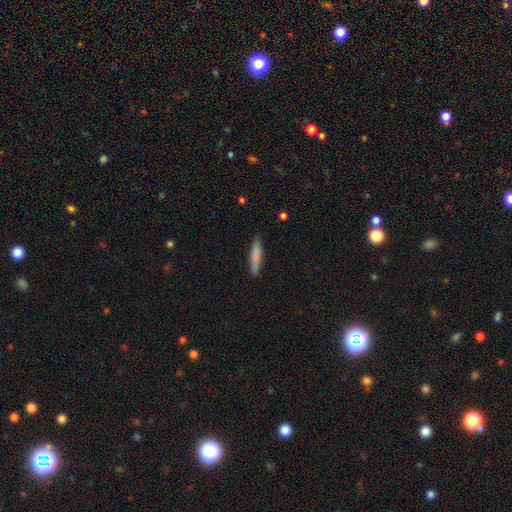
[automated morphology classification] smooth_or_featured: smooth (p=0.79) [alt: featured or disk p=0.15]
how_rounded: cigar-shaped (p=0.88) [alt: in between p=0.11]
merging: none (p=0.84) [alt: minor disturbance p=0.12]